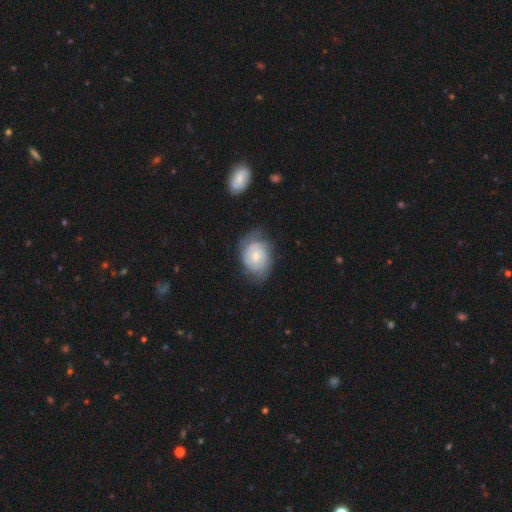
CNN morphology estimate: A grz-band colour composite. It shows a featured or disk galaxy (74%) with no bar (62%), 2 (43%) tight (62%) spiral arms (93%) and a small central bulge (52%). Merging: none (63%).